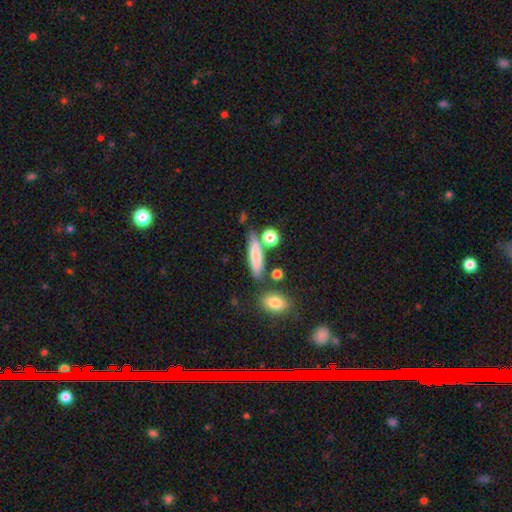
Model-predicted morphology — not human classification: type=smooth (76%); roundness=cigar-shaped (64%); merging=none (67%).